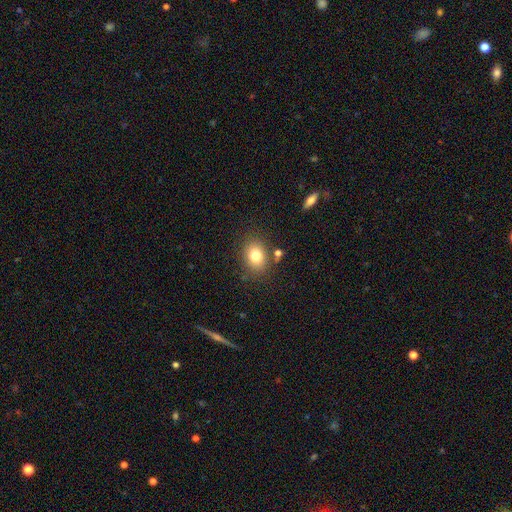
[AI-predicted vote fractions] Smooth or featured? Predicted: smooth (p=0.79). How rounded? Predicted: in between (p=0.60). Merging? Predicted: none (p=0.79).